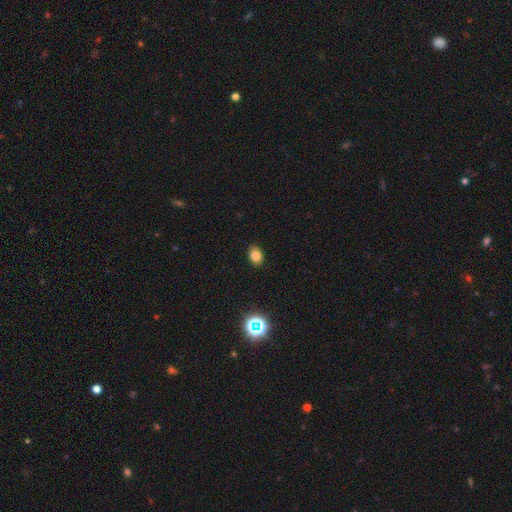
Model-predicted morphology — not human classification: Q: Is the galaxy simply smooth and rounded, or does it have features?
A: smooth — 79%.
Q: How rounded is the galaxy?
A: in between — 75%.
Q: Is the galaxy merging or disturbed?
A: none — 89%.